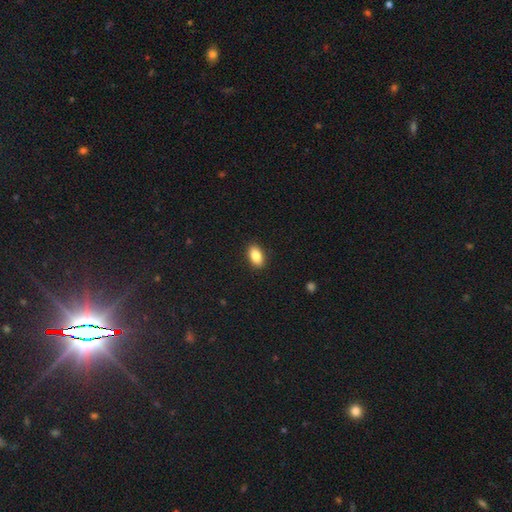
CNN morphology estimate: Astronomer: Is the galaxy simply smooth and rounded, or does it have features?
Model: smooth — 85%.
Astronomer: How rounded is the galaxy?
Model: in between — 91%.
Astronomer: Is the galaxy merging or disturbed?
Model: none — 90%.